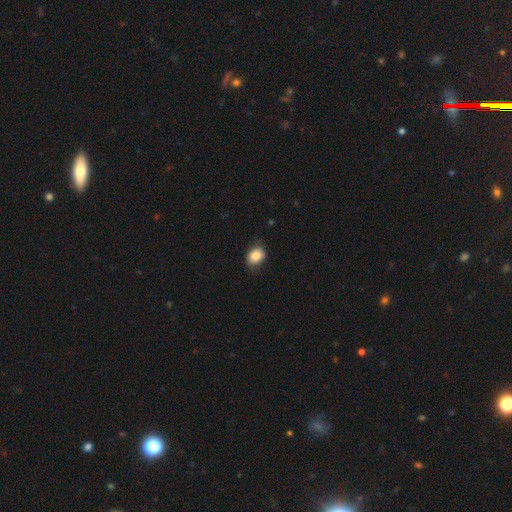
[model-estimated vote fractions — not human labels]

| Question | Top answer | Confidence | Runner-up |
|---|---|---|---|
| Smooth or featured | smooth | 86% | star or artifact (8%) |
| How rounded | in between | 63% | round (36%) |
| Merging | none | 72% | minor disturbance (22%) |